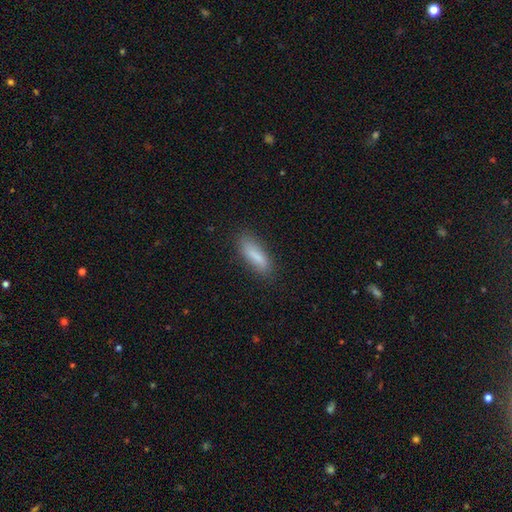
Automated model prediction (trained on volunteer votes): This is clearly a smooth galaxy (81%). How rounded: possibly cigar-shaped (51%). Merging: likely none (80%).